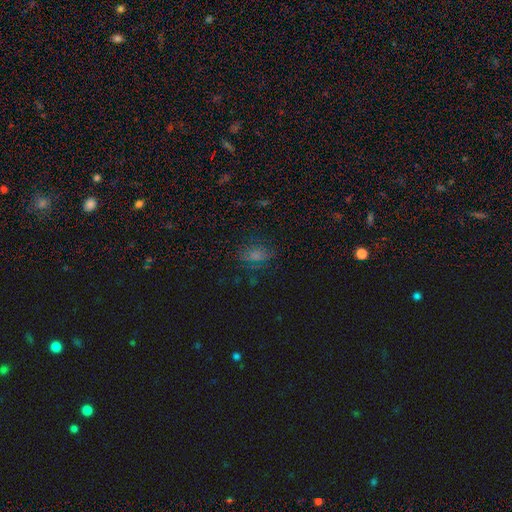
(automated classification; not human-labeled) smooth 49%, star or artifact 41%, featured or disk 10%. Down the decision tree: merging — none (71%).